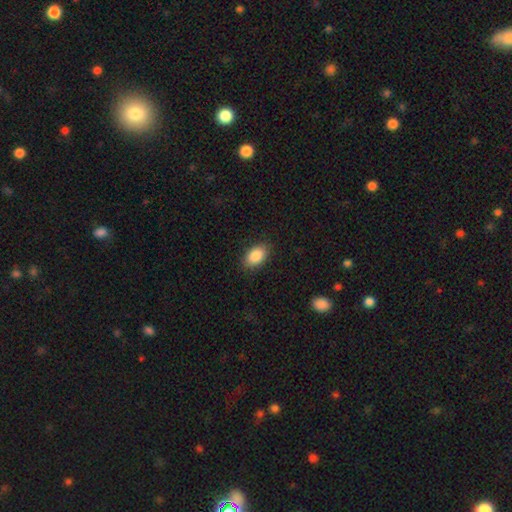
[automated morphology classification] Smooth or featured? Predicted: smooth (p=0.88). How rounded? Predicted: in between (p=0.90). Merging? Predicted: none (p=0.86).